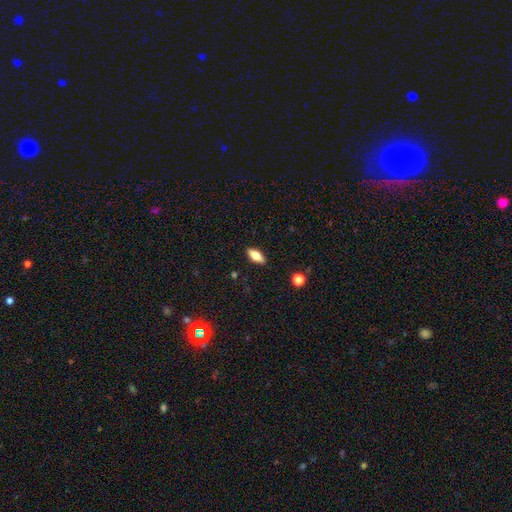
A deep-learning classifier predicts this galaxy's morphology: Q: Smooth or featured?
A: smooth (69%); runner-up: featured or disk (24%)
Q: How rounded?
A: in between (80%); runner-up: cigar-shaped (17%)
Q: Merging?
A: none (89%); runner-up: minor disturbance (8%)